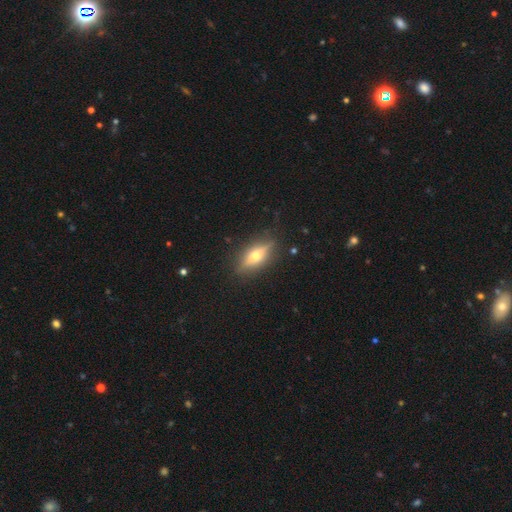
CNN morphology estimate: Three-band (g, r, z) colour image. It shows a featured or disk galaxy (57%) viewed edge-on (87%). Merging: none (86%).